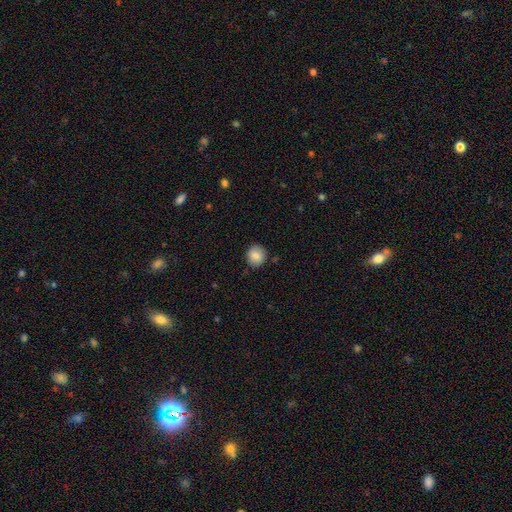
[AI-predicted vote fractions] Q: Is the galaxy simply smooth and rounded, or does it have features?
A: smooth — 85%.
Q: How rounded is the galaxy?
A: round — 86%.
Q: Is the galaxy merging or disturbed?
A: none — 86%.